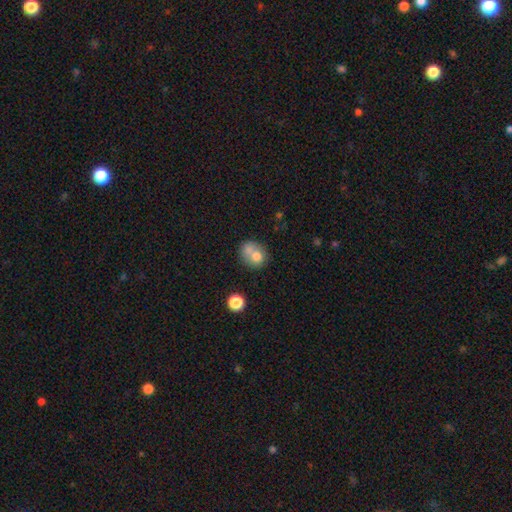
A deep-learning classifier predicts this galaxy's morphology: Smooth or featured? smooth (71%)
How rounded? round (64%)
Merging? merger (47%)